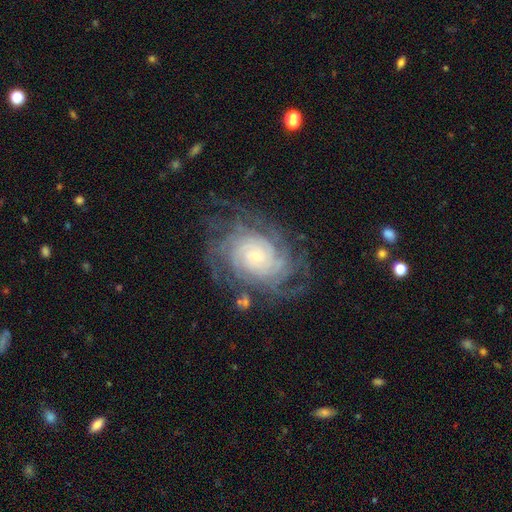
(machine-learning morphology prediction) A featured or disk galaxy (86%) with no bar (77%), tight (77%) spiral arms (97%) and a small central bulge (74%).

Vote fractions:
- Smooth or featured? featured or disk: 86% / smooth: 7% / star or artifact: 7%
- Edge-on disk? no: 97% / yes: 3%
- Bar? no: 77% / weak: 18% / strong: 5%
- Spiral arms? yes: 97% / no: 3%
- Spiral winding? tight: 77% / medium: 18% / loose: 4%
- Spiral arm count? can't tell: 27% / more than 4: 26% / 4: 21% / 3: 10% / 2: 9% / 1: 7%
- Bulge size? small: 74% / moderate: 17% / large: 4% / none: 3% / dominant: 1%
- Merging? none: 74% / minor disturbance: 15% / major disturbance: 9% / merger: 2%